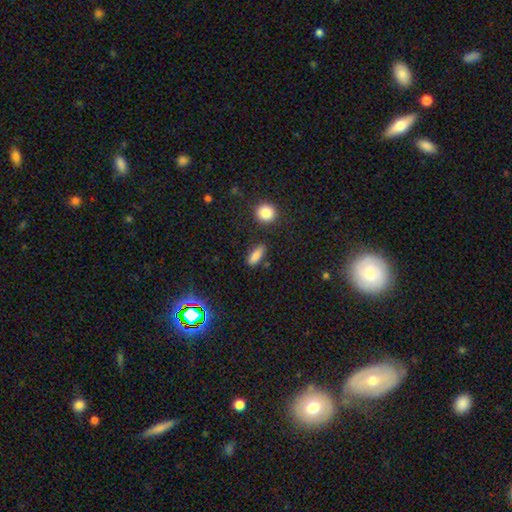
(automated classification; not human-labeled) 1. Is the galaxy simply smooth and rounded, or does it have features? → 81% smooth, 10% star or artifact, 8% featured or disk.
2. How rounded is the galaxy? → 63% in between, 31% cigar-shaped, 6% round.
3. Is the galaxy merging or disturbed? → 82% none, 11% minor disturbance, 3% merger, 3% major disturbance.